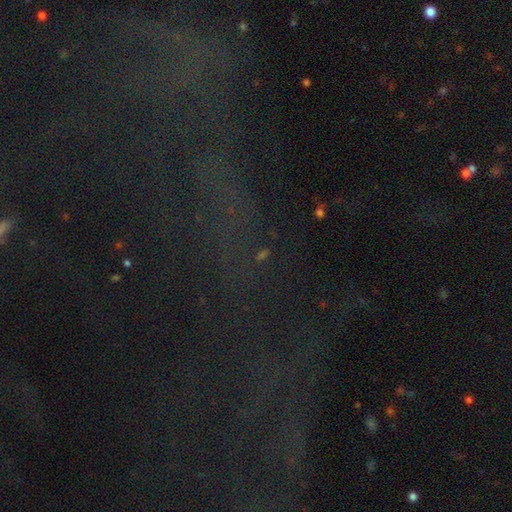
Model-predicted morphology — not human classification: type=star or artifact (75%).